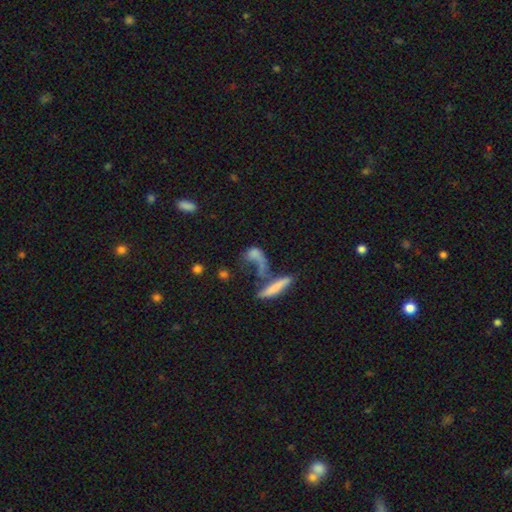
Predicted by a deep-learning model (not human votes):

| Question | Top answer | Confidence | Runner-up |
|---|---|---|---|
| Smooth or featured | smooth | 57% | featured or disk (30%) |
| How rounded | in between | 46% | cigar-shaped (41%) |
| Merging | merger | 38% | major disturbance (29%) |